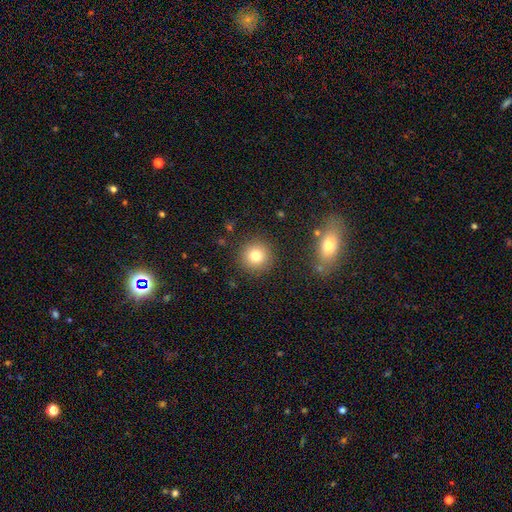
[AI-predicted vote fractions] smooth 78%, star or artifact 12%, featured or disk 10%. Down the decision tree: how rounded — round (94%); merging — none (88%).